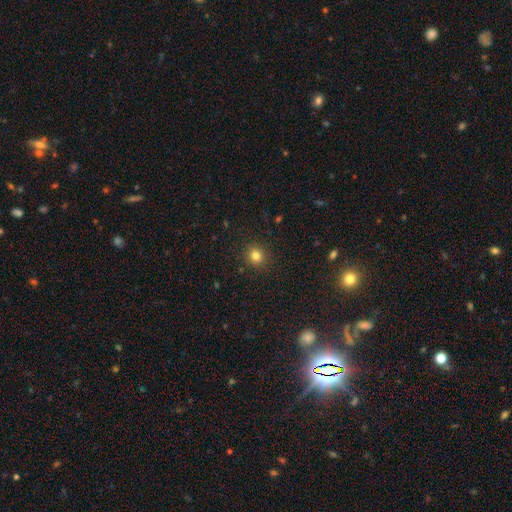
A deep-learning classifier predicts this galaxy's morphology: A smooth galaxy with no disk features (81%) that is round (87%).

Vote fractions:
- Smooth or featured? smooth: 81% / star or artifact: 13% / featured or disk: 5%
- How rounded? round: 87% / in between: 12% / cigar-shaped: 1%
- Merging? none: 90% / minor disturbance: 6% / major disturbance: 2% / merger: 1%